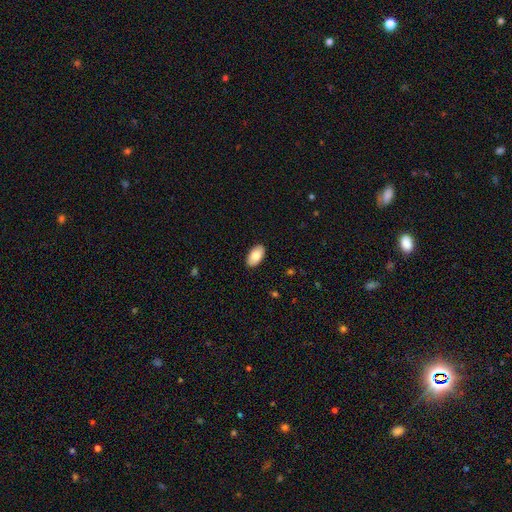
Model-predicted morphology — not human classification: smooth-or-featured: smooth: 86% | featured or disk: 8% | star or artifact: 6%
  how-rounded: in between: 96% | round: 3% | cigar-shaped: 2%
  merging: none: 89% | minor disturbance: 8% | major disturbance: 2% | merger: 1%